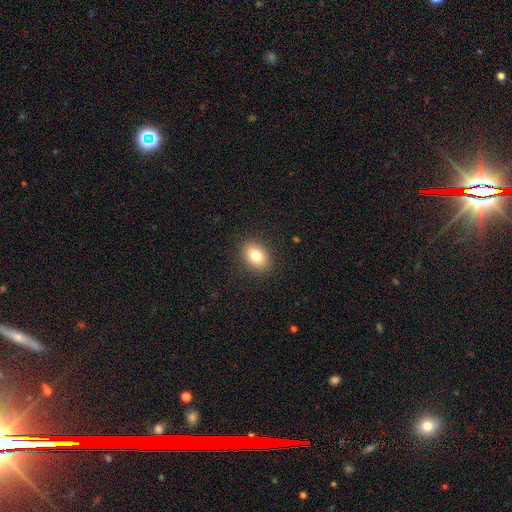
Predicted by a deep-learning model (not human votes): Smooth or featured? Predicted: smooth (p=0.80). How rounded? Predicted: in between (p=0.72). Merging? Predicted: none (p=0.89).